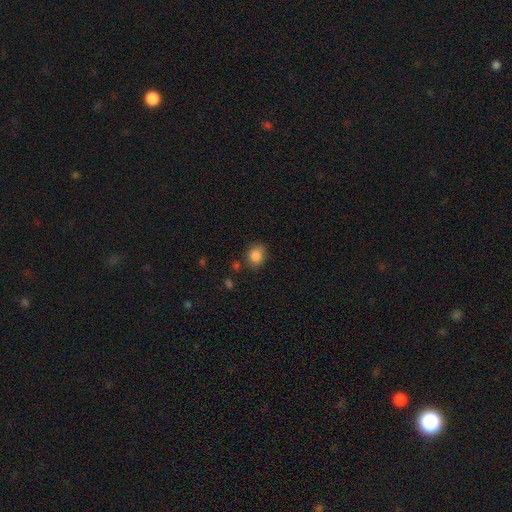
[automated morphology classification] This is clearly a smooth galaxy (85%). How rounded: likely round (62%). Merging: likely none (79%).